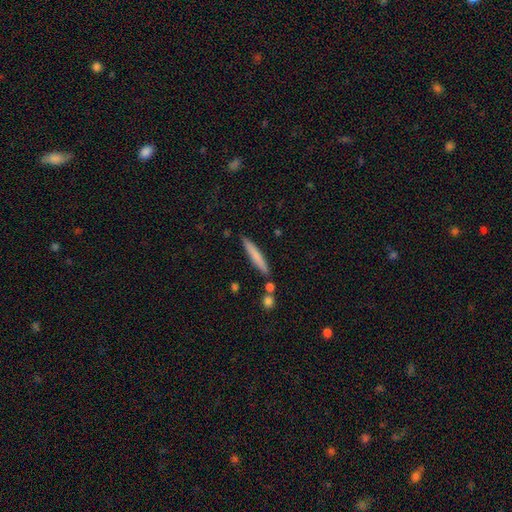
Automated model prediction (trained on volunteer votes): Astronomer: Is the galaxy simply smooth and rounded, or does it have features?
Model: smooth — 70%.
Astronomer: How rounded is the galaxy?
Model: cigar-shaped — 95%.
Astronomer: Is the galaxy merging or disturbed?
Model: none — 84%.